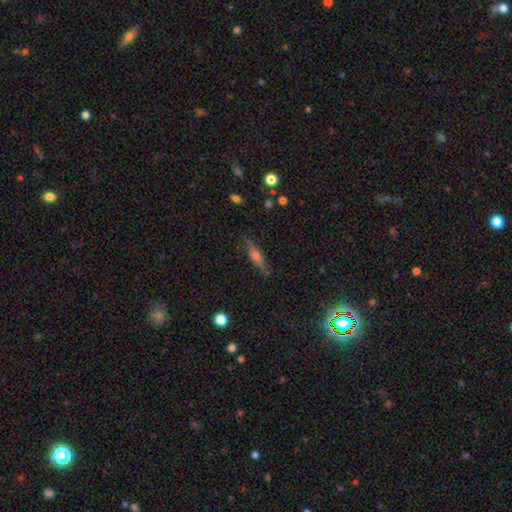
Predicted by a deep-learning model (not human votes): This appears to be a featured or disk galaxy (66%) viewed edge-on (96%) with a rounded central bulge (79%). Merging: none (86%).